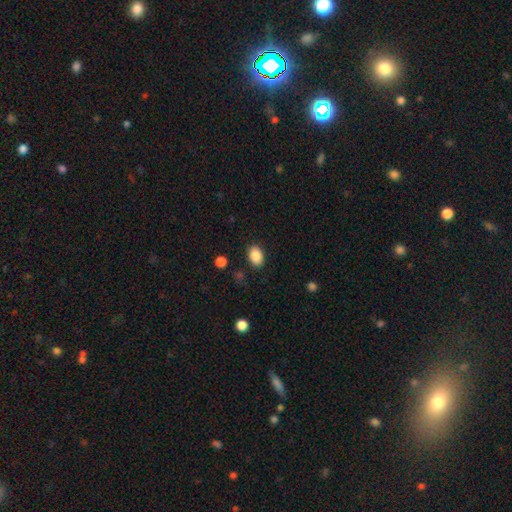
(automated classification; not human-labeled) The model was most divided on "how rounded": in between: 81%, round: 17%, cigar-shaped: 1%. More confident: smooth or featured — smooth (88%); merging — none (86%).